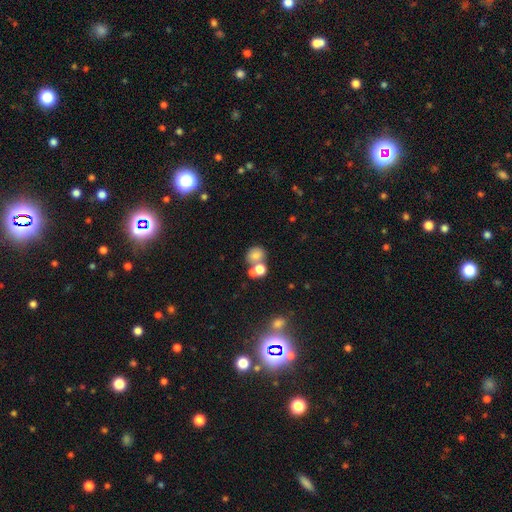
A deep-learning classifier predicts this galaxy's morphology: A smooth galaxy with no disk features (71%) that is round (64%). Merging: none (44%).